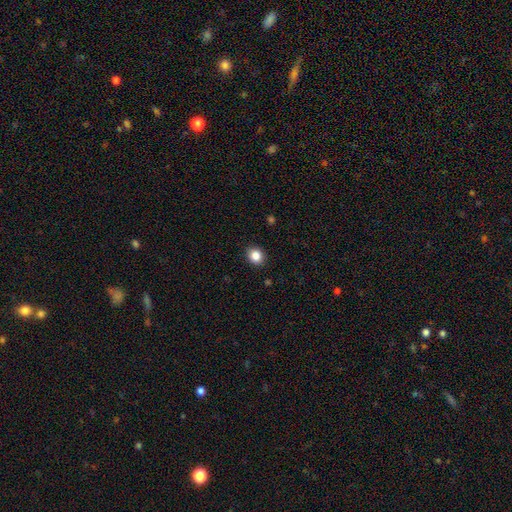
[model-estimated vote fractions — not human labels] Smooth or featured? smooth (85%)
How rounded? round (69%)
Merging? none (91%)